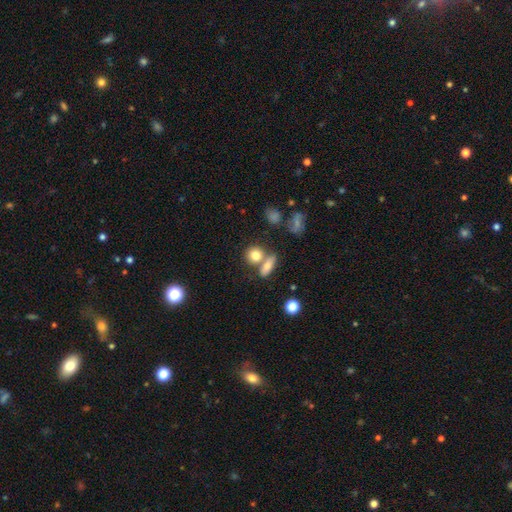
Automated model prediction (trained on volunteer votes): The model was most divided on "merging": none: 51%, merger: 35%, minor disturbance: 10%, major disturbance: 4%. More confident: smooth or featured — smooth (78%); how rounded — round (67%).